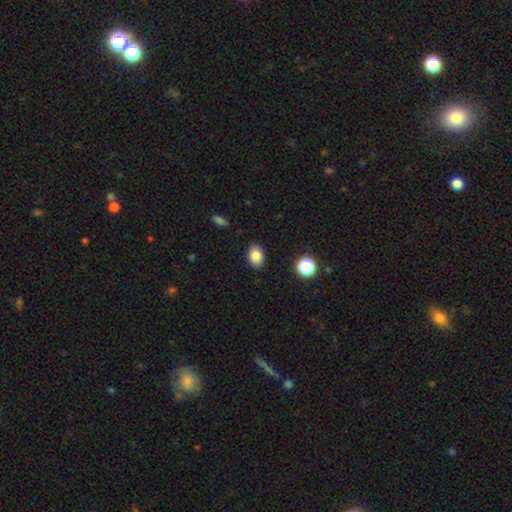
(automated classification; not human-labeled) Morphology: type=smooth (85%); roundness=in between (75%); merging=none (86%).